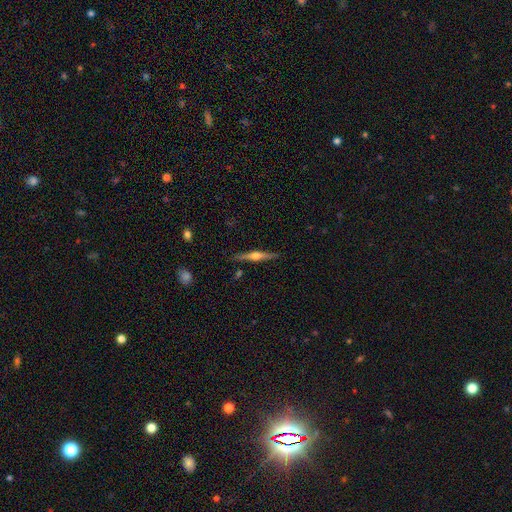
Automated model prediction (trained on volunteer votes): Smooth or featured: featured or disk — 73% (smooth — 21%)
Edge-on disk: yes — 98% (no — 2%)
Edge-on bulge: rounded — 88% (boxy — 8%)
Merging: none — 88% (minor disturbance — 8%)